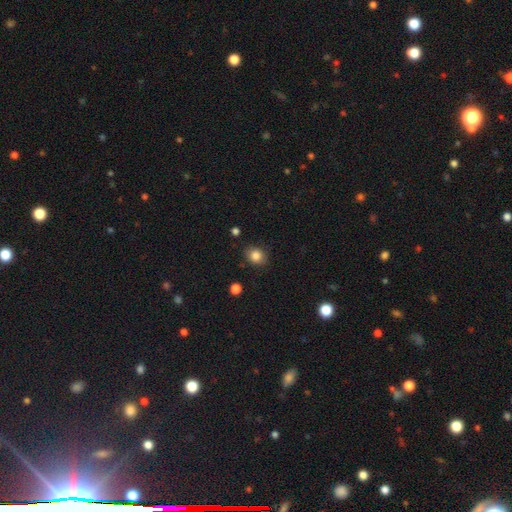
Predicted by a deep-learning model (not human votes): Morphology: type=smooth (84%); roundness=round (63%); merging=none (84%).